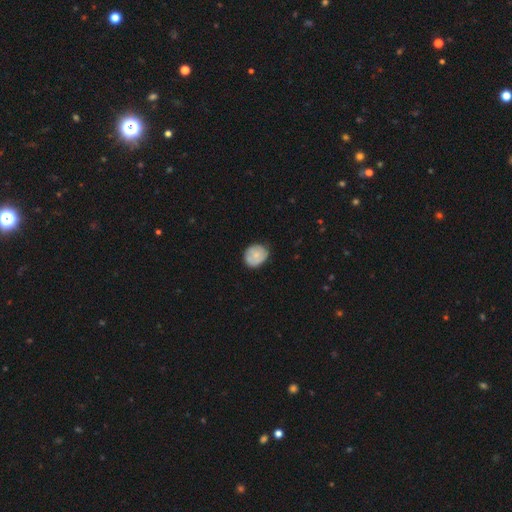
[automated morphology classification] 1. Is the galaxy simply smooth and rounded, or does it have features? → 66% smooth, 28% featured or disk, 7% star or artifact.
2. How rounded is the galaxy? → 70% round, 30% in between, 1% cigar-shaped.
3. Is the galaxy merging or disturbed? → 72% none, 22% minor disturbance, 4% major disturbance, 1% merger.